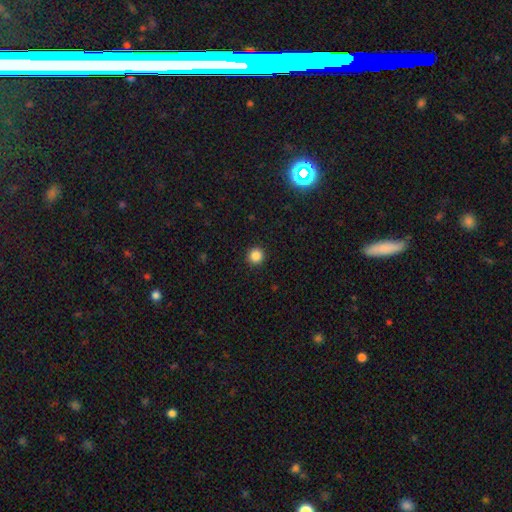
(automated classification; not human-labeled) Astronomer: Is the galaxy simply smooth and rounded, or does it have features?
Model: smooth — 86%.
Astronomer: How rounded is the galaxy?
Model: round — 95%.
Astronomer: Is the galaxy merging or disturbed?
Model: none — 93%.